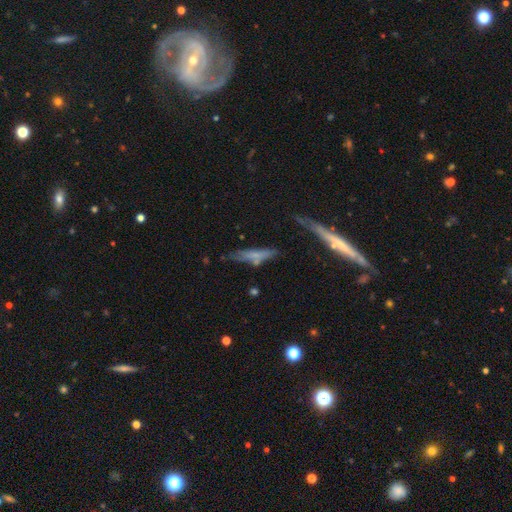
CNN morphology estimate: smooth 55%, featured or disk 37%, star or artifact 9%. Down the decision tree: how rounded — cigar-shaped (81%); merging — none (55%).